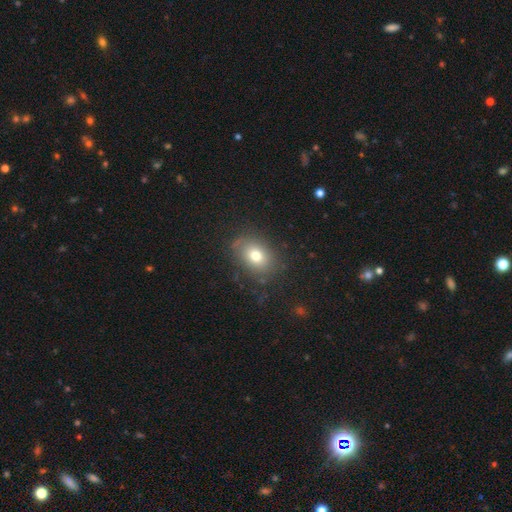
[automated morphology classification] smooth_or_featured: smooth (p=0.73) [alt: featured or disk p=0.15]
how_rounded: in between (p=0.67) [alt: round p=0.31]
merging: none (p=0.79) [alt: minor disturbance p=0.15]